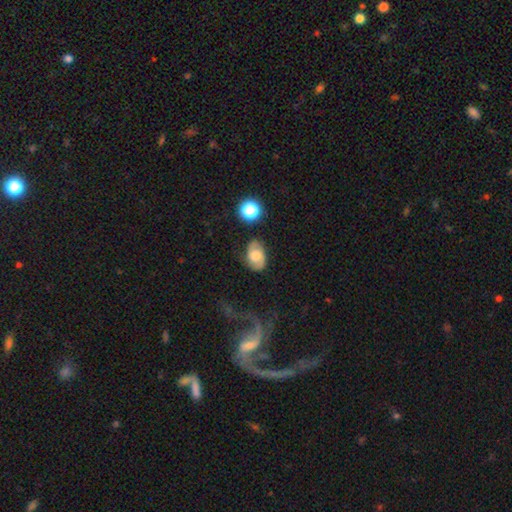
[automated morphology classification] A smooth galaxy with no disk features (52%) that is in between round and cigar-shaped (82%). Merging: none (74%).